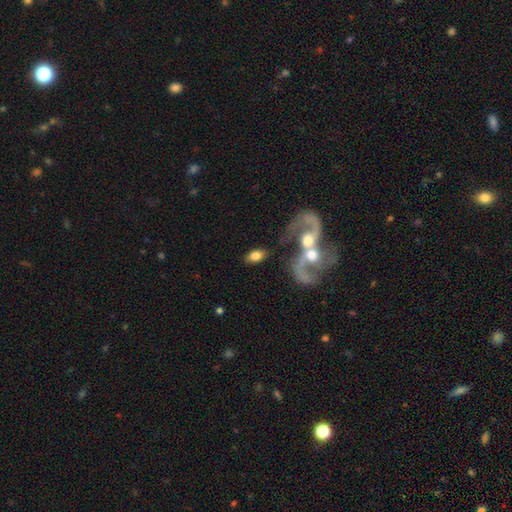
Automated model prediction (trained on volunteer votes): This appears to be a smooth galaxy with no disk features (66%) that is in between round and cigar-shaped (88%). Merging: none (58%).